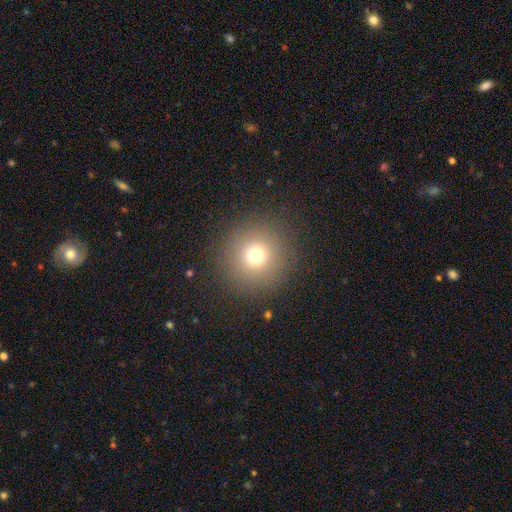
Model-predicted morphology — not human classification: Smooth or featured? Predicted: smooth (p=0.71). How rounded? Predicted: round (p=0.96). Merging? Predicted: none (p=0.89).